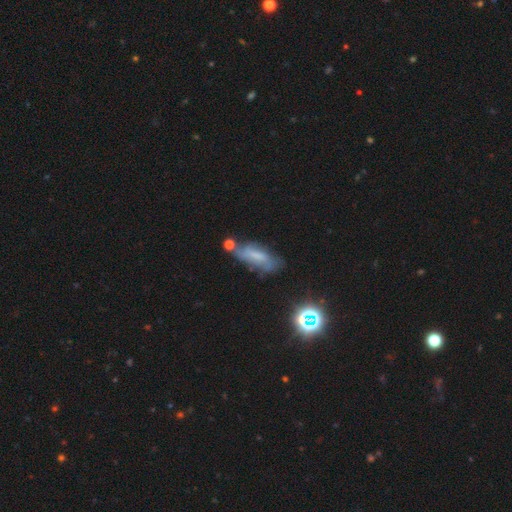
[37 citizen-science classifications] Q: Smooth or featured?
A: featured or disk (59%); runner-up: smooth (35%)
Q: Edge-on disk?
A: no (86%); runner-up: yes (14%)
Q: Bar?
A: weak (63%); runner-up: no (32%)
Q: Spiral arms?
A: yes (74%); runner-up: no (26%)
Q: Spiral winding?
A: medium (43%); tied with: loose (43%)
Q: Spiral arm count?
A: can't tell (43%); runner-up: 2 (29%)
Q: Bulge size?
A: none (37%); runner-up: moderate (32%)
Q: Merging?
A: none (63%); runner-up: minor disturbance (31%)